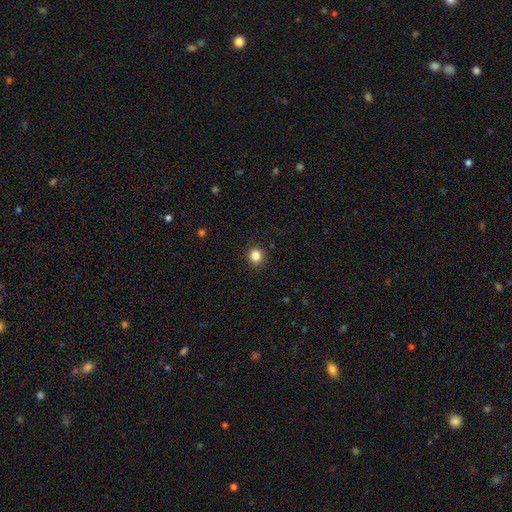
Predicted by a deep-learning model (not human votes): This is clearly a smooth galaxy (84%). How rounded: clearly round (91%). Merging: clearly none (92%).